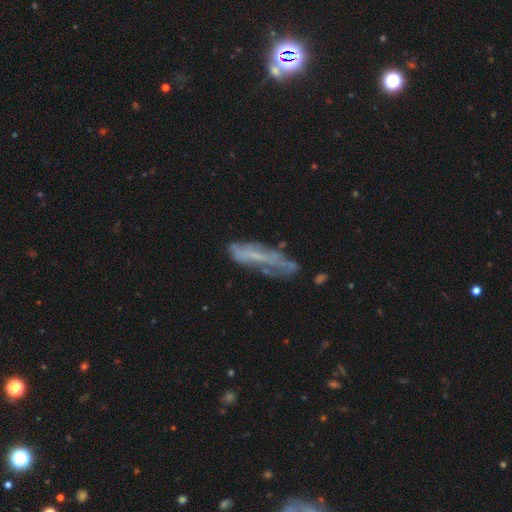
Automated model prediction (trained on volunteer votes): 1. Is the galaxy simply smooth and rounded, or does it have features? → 51% featured or disk, 36% smooth, 13% star or artifact.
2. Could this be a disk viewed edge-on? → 61% no, 39% yes.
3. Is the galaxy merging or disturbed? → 51% none, 26% minor disturbance, 18% major disturbance, 6% merger.